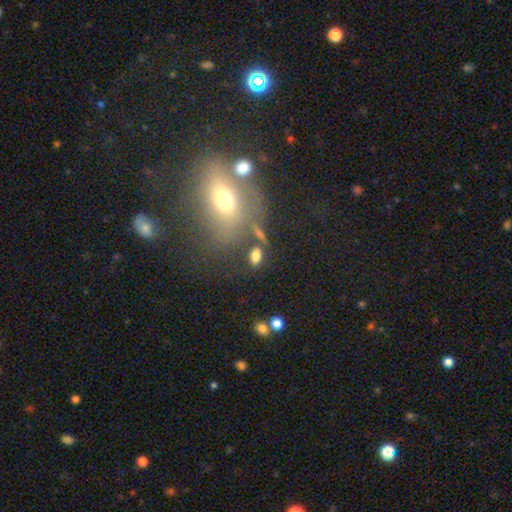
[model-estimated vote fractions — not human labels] A smooth galaxy with no disk features (77%) that is in between round and cigar-shaped (83%). Merging: none (72%).